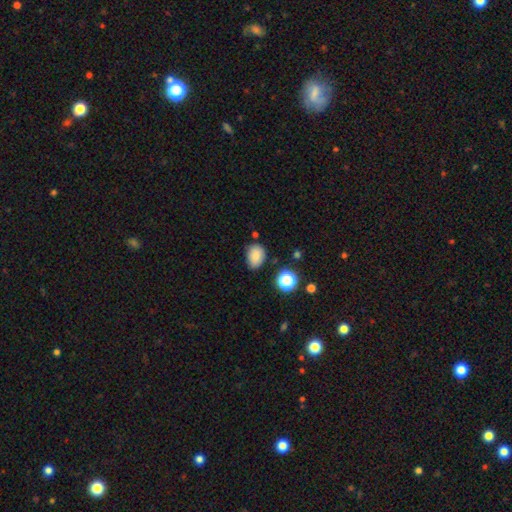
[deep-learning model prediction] Smooth or featured? smooth (81%)
How rounded? in between (69%)
Merging? none (70%)